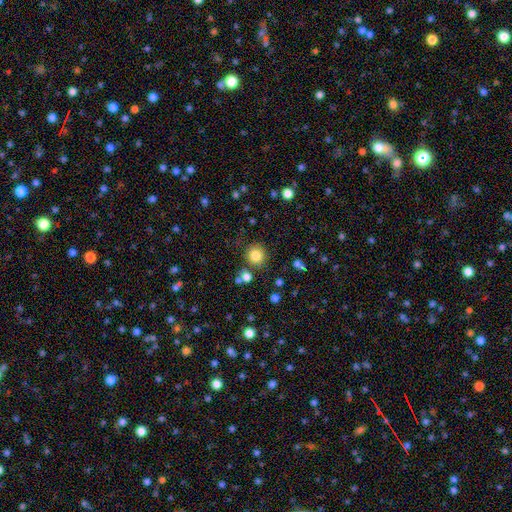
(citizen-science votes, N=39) Q: Smooth or featured?
A: smooth (74%); runner-up: featured or disk (15%)
Q: How rounded?
A: round (100%)
Q: Merging?
A: none (91%); runner-up: minor disturbance (9%)